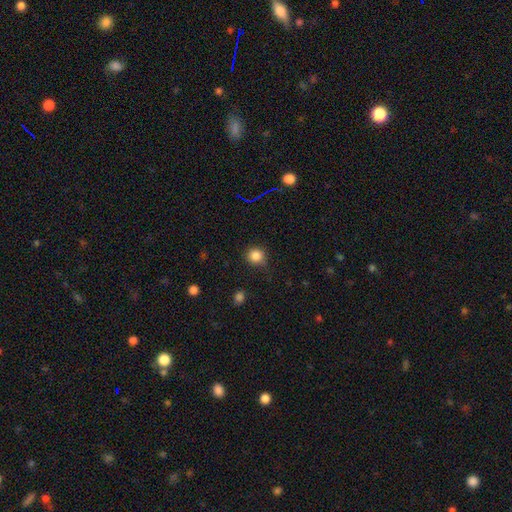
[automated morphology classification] Smooth or featured?
  - smooth: 84% *
  - star or artifact: 12%
  - featured or disk: 4%
How rounded?
  - round: 89% *
  - in between: 10%
  - cigar-shaped: 1%
Merging?
  - none: 81% *
  - minor disturbance: 14%
  - major disturbance: 3%
  - merger: 2%